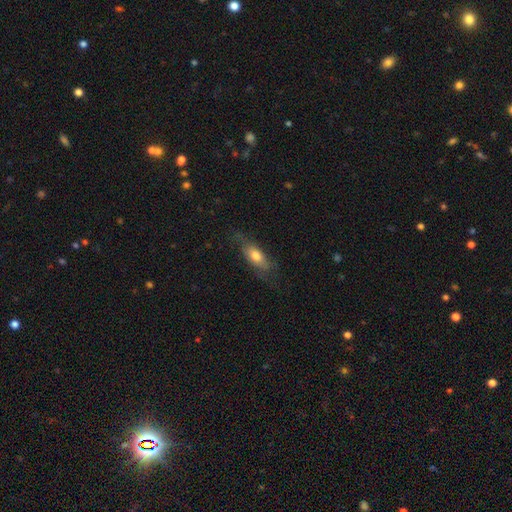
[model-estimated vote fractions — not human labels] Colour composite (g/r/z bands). It shows a smooth galaxy with no disk features (64%) that is in between round and cigar-shaped (71%). Merging: none (61%).